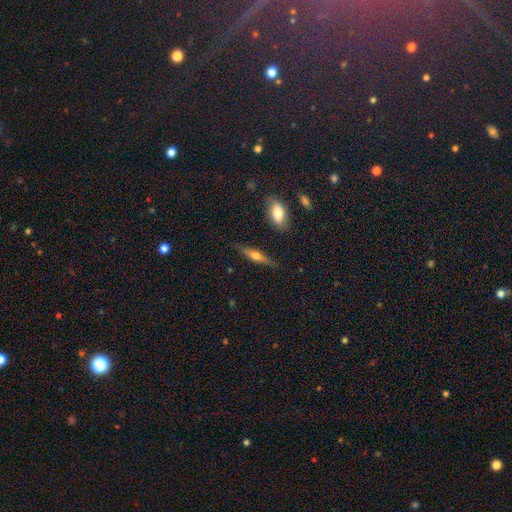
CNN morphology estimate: Overall: featured or disk (53%; smooth 40%). Edge-on disk: yes (94%). Edge-on bulge: rounded (87%). Merging: none (83%).